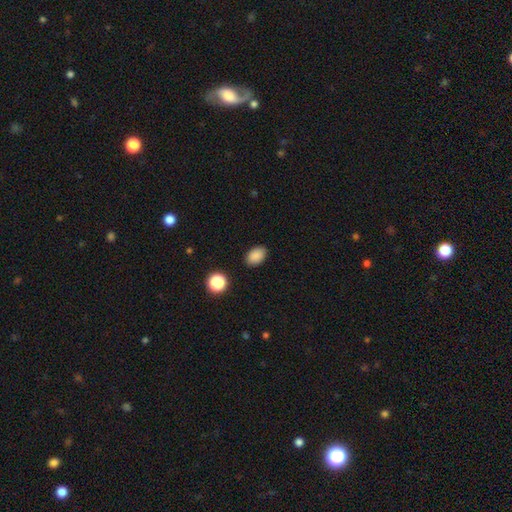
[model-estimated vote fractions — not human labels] This is clearly a smooth galaxy (87%). How rounded: clearly in between (85%). Merging: clearly none (88%).